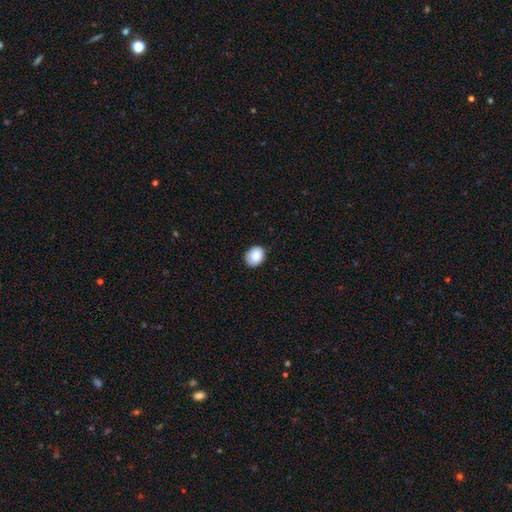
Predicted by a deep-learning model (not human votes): Overall: smooth (88%). How rounded: in between (51%; round 49%). Merging: none (83%).